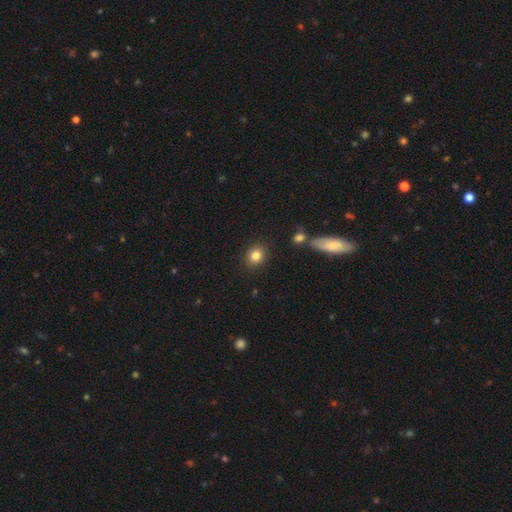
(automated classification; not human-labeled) Morphology: type=smooth (83%); roundness=round (72%); merging=none (87%).